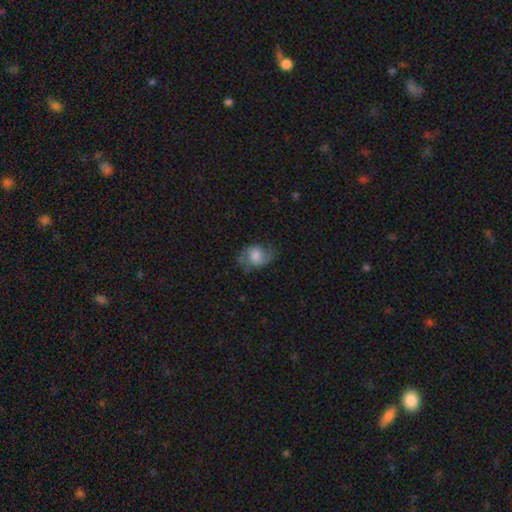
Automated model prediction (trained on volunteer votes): smooth_or_featured: smooth (p=0.51) [alt: featured or disk p=0.41]
how_rounded: in between (p=0.69) [alt: round p=0.30]
merging: none (p=0.63) [alt: minor disturbance p=0.24]